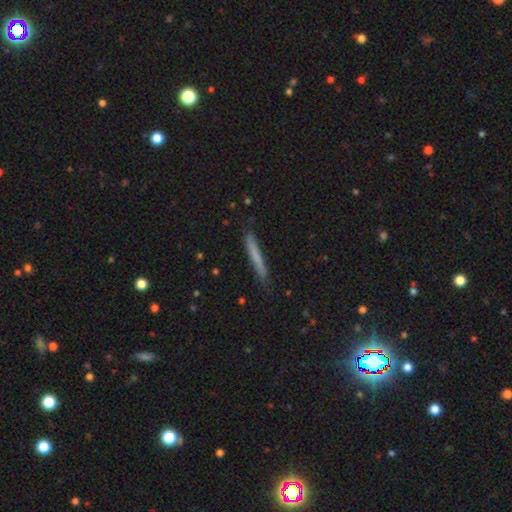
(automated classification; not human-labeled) Smooth or featured? smooth (68%)
How rounded? cigar-shaped (96%)
Merging? none (83%)